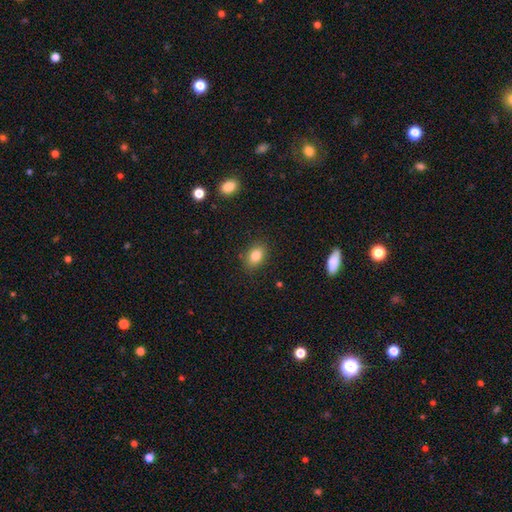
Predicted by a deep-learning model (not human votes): Smooth or featured?
  - smooth: 83% *
  - star or artifact: 10%
  - featured or disk: 7%
How rounded?
  - in between: 77% *
  - round: 21%
  - cigar-shaped: 1%
Merging?
  - none: 87% *
  - minor disturbance: 10%
  - major disturbance: 2%
  - merger: 1%